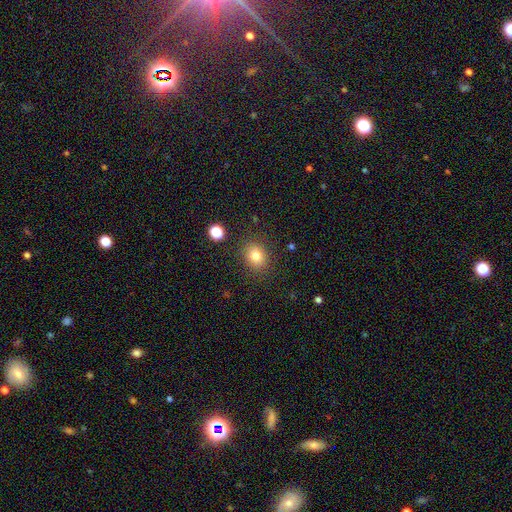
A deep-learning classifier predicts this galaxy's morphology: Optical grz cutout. It shows a smooth galaxy with no disk features (80%) that is round (59%). Merging: none (86%).